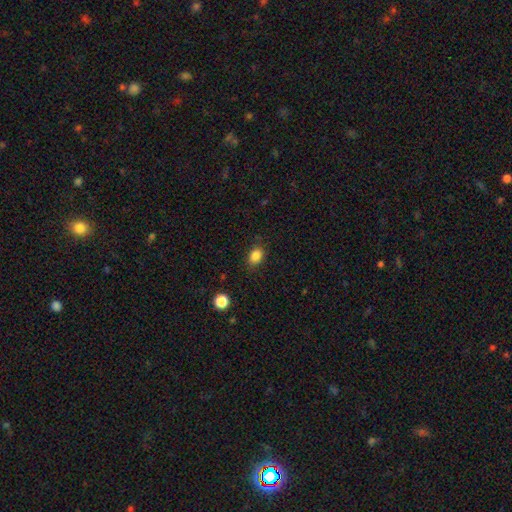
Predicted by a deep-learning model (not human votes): Smooth or featured? Predicted: smooth (p=0.85). How rounded? Predicted: in between (p=0.68). Merging? Predicted: none (p=0.84).